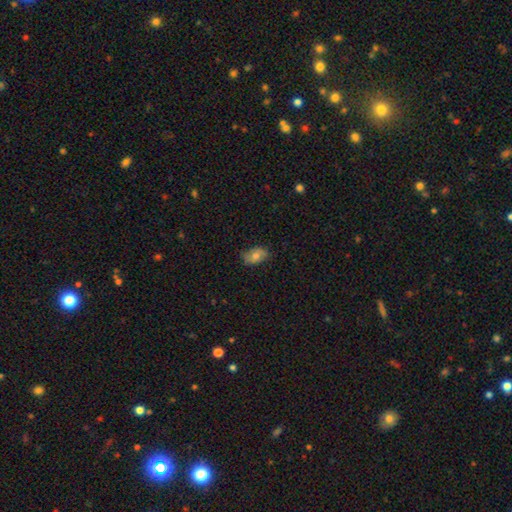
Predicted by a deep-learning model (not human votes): Smooth or featured? Predicted: smooth (p=0.60). How rounded? Predicted: in between (p=0.89). Merging? Predicted: none (p=0.76).